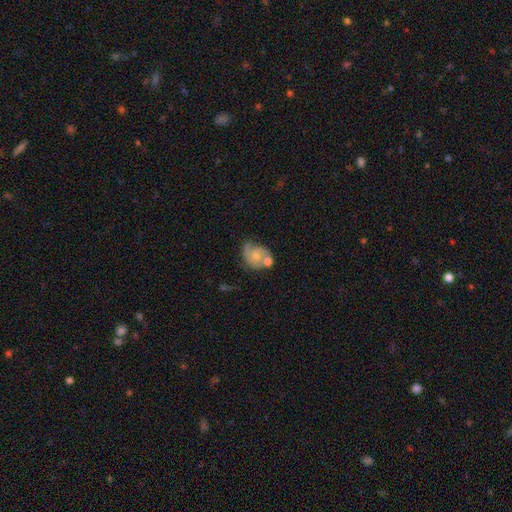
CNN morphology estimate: smooth_or_featured: featured or disk (p=0.61) [alt: smooth p=0.32]
disk_edge_on: no (p=0.98) [alt: yes p=0.02]
bar: no (p=0.74) [alt: weak p=0.23]
has_spiral_arms: yes (p=0.83) [alt: no p=0.17]
bulge_size: small (p=0.47) [alt: moderate p=0.38]
merging: none (p=0.37) [alt: merger p=0.26]